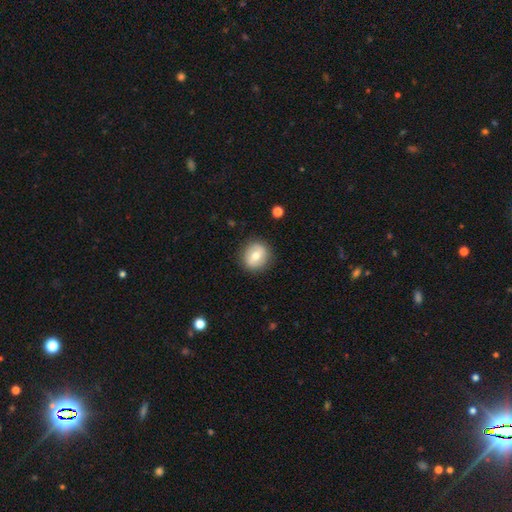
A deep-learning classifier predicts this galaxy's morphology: Smooth or featured?
  - smooth: 64% *
  - featured or disk: 28%
  - star or artifact: 8%
How rounded?
  - round: 80% *
  - in between: 19%
  - cigar-shaped: 1%
Merging?
  - none: 87% *
  - minor disturbance: 9%
  - major disturbance: 3%
  - merger: 1%